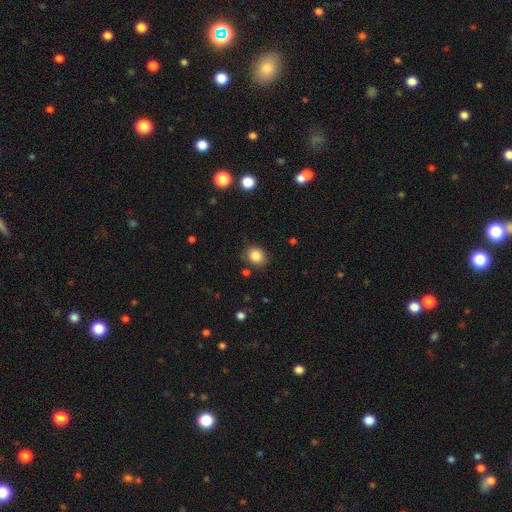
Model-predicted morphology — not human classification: This appears to be a smooth galaxy with no disk features (85%) that is round (61%). Merging: none (82%).